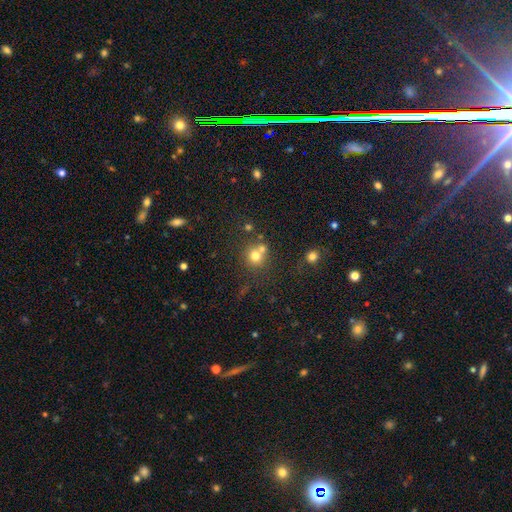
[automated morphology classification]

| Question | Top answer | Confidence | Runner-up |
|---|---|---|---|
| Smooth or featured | smooth | 73% | star or artifact (15%) |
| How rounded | round | 88% | in between (11%) |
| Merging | none | 56% | merger (32%) |